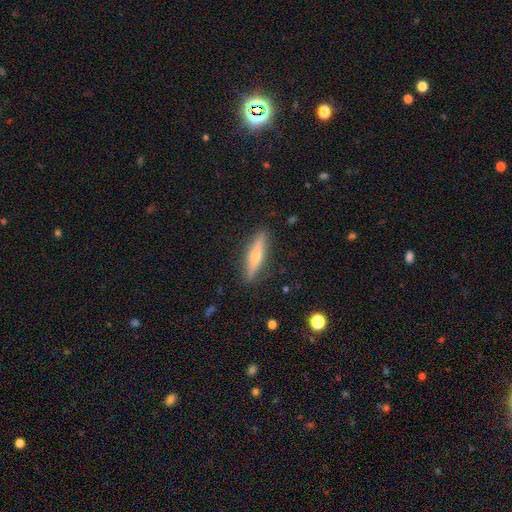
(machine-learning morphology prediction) The model was most divided on "smooth or featured": featured or disk: 55%, smooth: 38%, star or artifact: 7%. More confident: edge-on disk — yes (94%); merging — none (89%); edge-on bulge — rounded (84%).